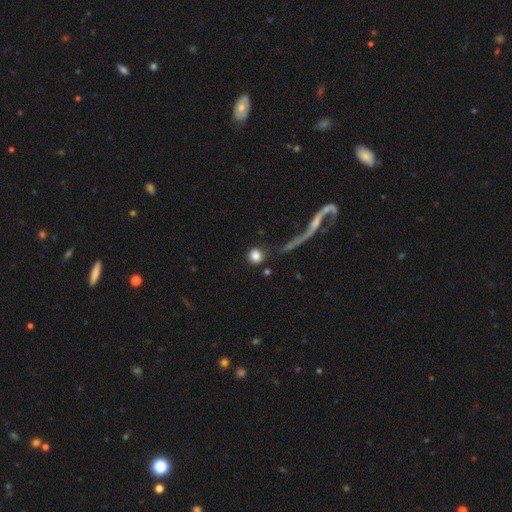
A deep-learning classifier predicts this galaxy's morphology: type=smooth (83%); roundness=round (90%); merging=none (77%).